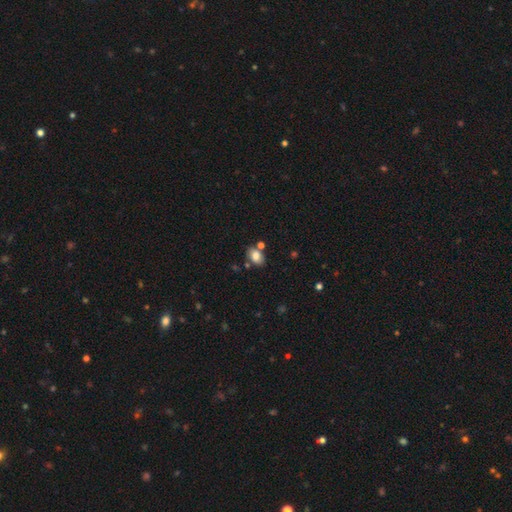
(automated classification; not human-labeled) The model was most divided on "merging": none: 68%, minor disturbance: 14%, merger: 14%, major disturbance: 4%. More confident: how rounded — in between (81%); smooth or featured — smooth (79%).